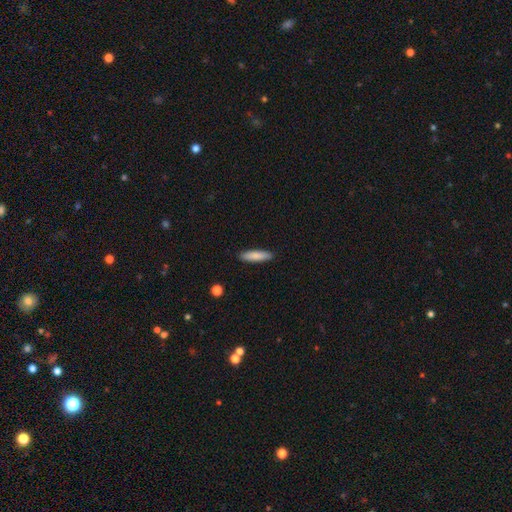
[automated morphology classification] smooth-or-featured: smooth: 83% | featured or disk: 11% | star or artifact: 6%
  how-rounded: cigar-shaped: 75% | in between: 24% | round: 1%
  merging: none: 89% | minor disturbance: 8% | major disturbance: 2% | merger: 1%